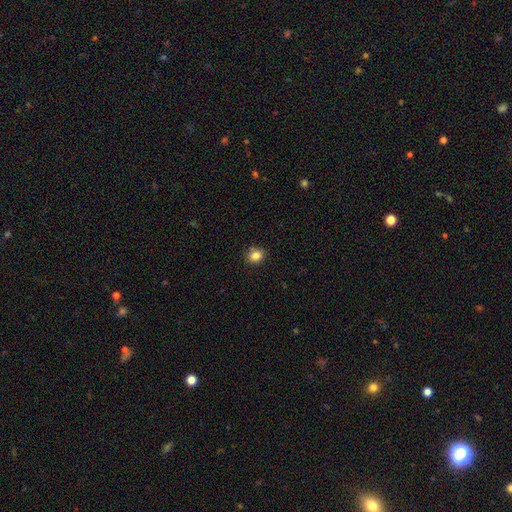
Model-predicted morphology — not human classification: Q: Smooth or featured?
A: smooth (84%); runner-up: star or artifact (11%)
Q: How rounded?
A: round (69%); runner-up: in between (31%)
Q: Merging?
A: none (88%); runner-up: minor disturbance (9%)